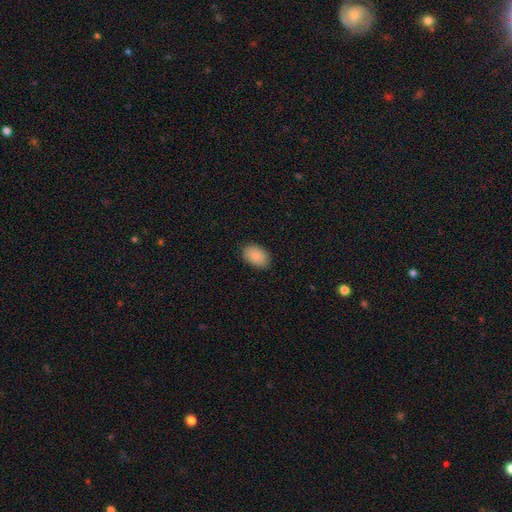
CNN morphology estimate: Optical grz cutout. It shows a smooth galaxy with no disk features (89%) that is in between round and cigar-shaped (89%). Merging: none (87%).